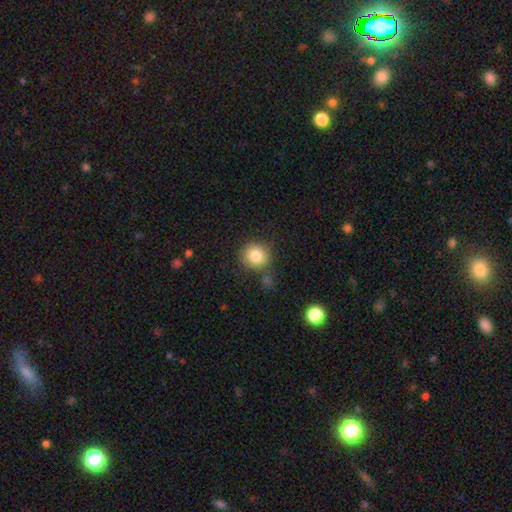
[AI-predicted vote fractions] smooth_or_featured: smooth (p=0.82) [alt: star or artifact p=0.10]
how_rounded: round (p=0.92) [alt: in between p=0.07]
merging: none (p=0.79) [alt: minor disturbance p=0.10]